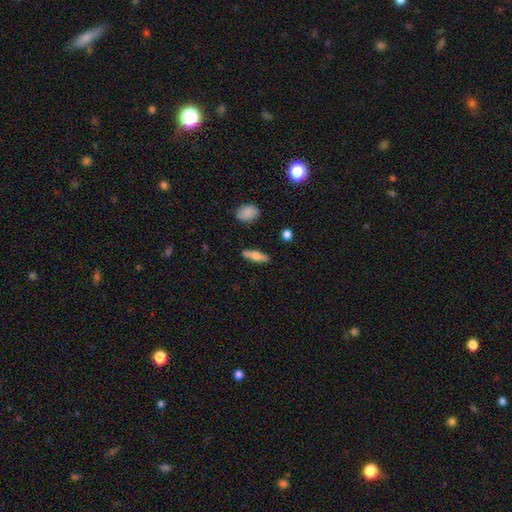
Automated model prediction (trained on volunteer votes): Morphology: type=smooth (57%); roundness=cigar-shaped (57%); merging=none (87%).